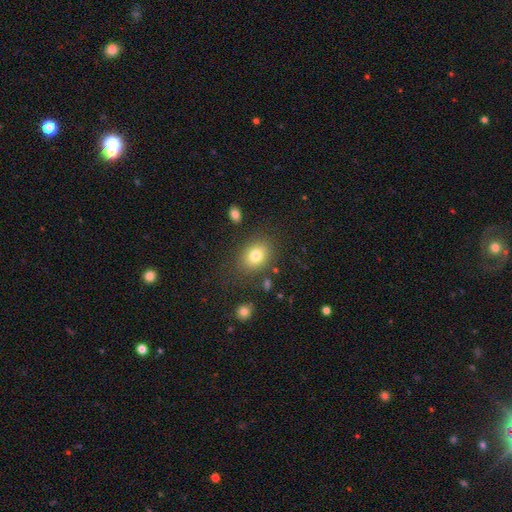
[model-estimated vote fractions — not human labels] This is likely a smooth galaxy (79%). How rounded: likely in between (62%). Merging: clearly none (80%).